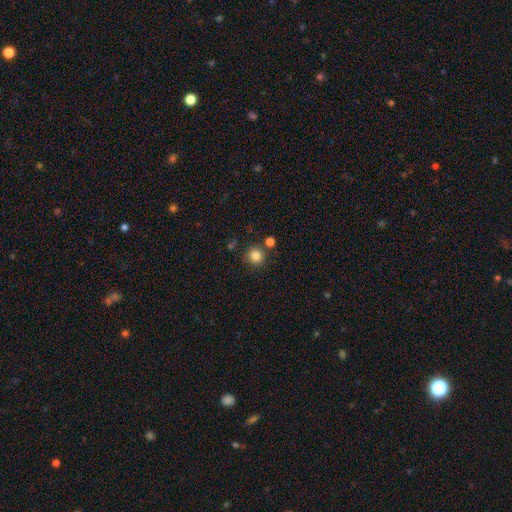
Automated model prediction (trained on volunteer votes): Smooth or featured? Predicted: smooth (p=0.84). How rounded? Predicted: round (p=0.92). Merging? Predicted: none (p=0.83).